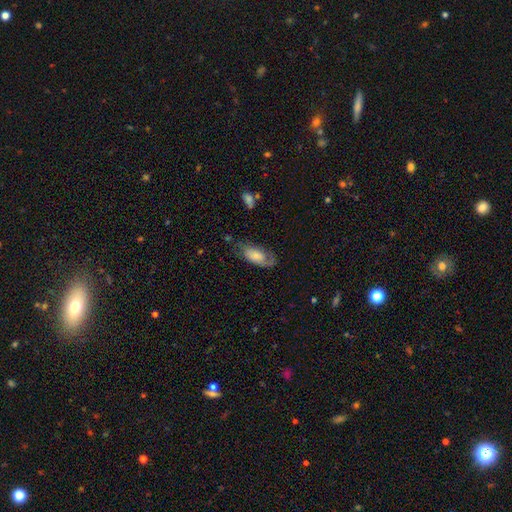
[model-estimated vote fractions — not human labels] smooth 49%, featured or disk 45%, star or artifact 7%. Down the decision tree: merging — none (54%).